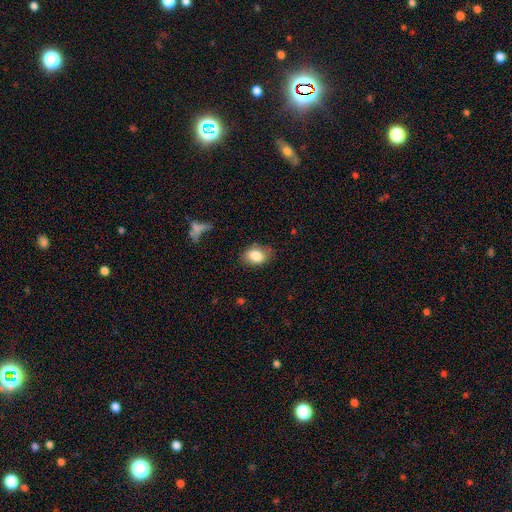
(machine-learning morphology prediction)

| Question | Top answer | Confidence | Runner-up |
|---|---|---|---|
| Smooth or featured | smooth | 83% | featured or disk (9%) |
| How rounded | in between | 76% | round (23%) |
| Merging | none | 75% | minor disturbance (18%) |